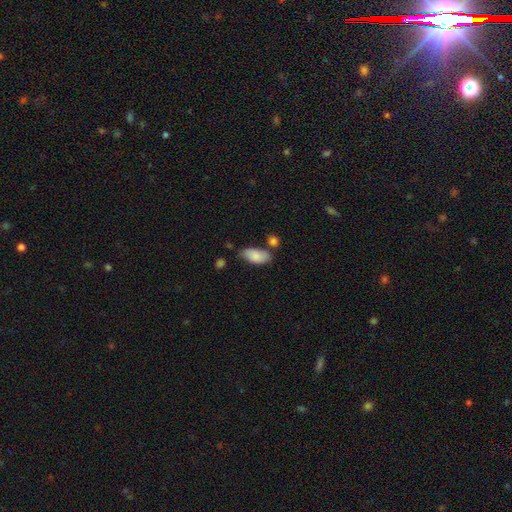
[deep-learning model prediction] smooth_or_featured: smooth (p=0.85) [alt: featured or disk p=0.09]
how_rounded: in between (p=0.92) [alt: cigar-shaped p=0.05]
merging: none (p=0.58) [alt: minor disturbance p=0.23]